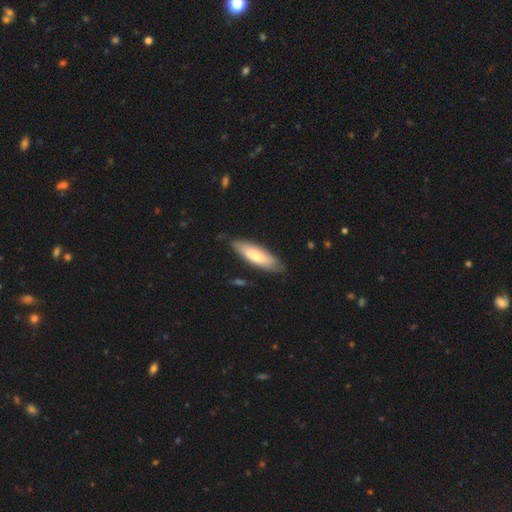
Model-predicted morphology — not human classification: Smooth or featured?
  - smooth: 64% *
  - featured or disk: 30%
  - star or artifact: 5%
How rounded?
  - in between: 52% *
  - cigar-shaped: 46%
  - round: 2%
Merging?
  - none: 78% *
  - minor disturbance: 17%
  - major disturbance: 3%
  - merger: 2%